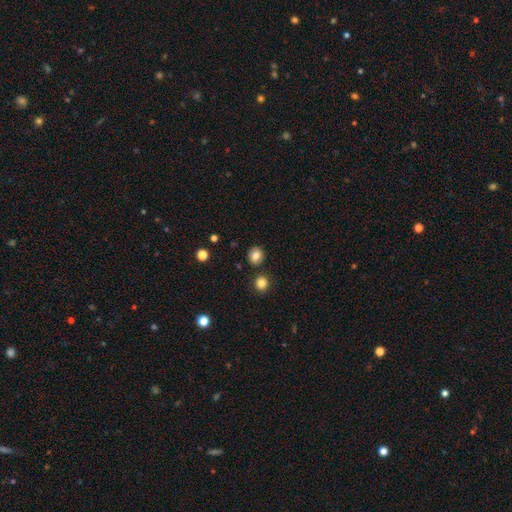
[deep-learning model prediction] The model was most divided on "how rounded": round: 83%, in between: 16%, cigar-shaped: 1%. More confident: merging — none (87%); smooth or featured — smooth (82%).